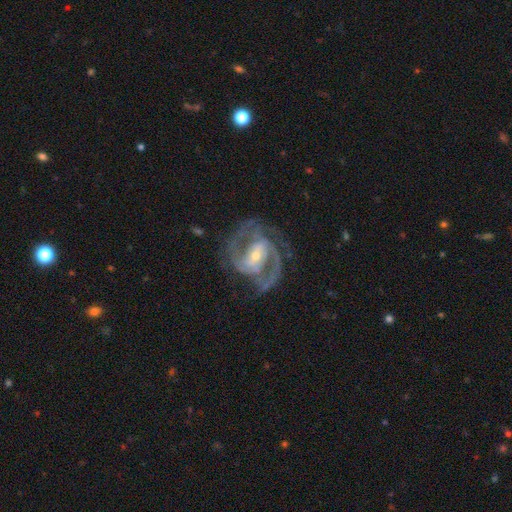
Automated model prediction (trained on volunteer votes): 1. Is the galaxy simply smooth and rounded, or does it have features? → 92% featured or disk, 5% star or artifact, 4% smooth.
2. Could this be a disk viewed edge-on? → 98% no, 2% yes.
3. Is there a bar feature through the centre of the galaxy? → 43% weak, 35% strong, 22% no.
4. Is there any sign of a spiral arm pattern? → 98% yes, 2% no.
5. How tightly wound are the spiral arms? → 56% medium, 33% tight, 11% loose.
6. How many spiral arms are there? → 67% 2, 17% 3, 7% can't tell, 3% 4, 3% 1, 3% more than 4.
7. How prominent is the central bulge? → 56% small, 39% moderate, 3% large, 1% none, 1% dominant.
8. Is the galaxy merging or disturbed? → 69% none, 16% minor disturbance, 13% major disturbance, 2% merger.